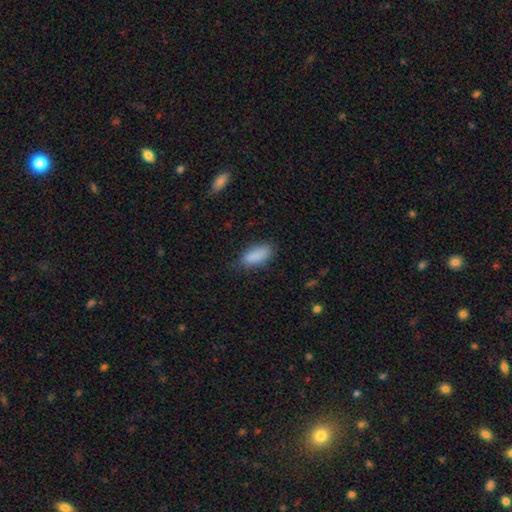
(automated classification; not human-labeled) The model was most divided on "merging": none: 80%, minor disturbance: 15%, major disturbance: 4%, merger: 1%. More confident: smooth or featured — smooth (88%); how rounded — in between (82%).